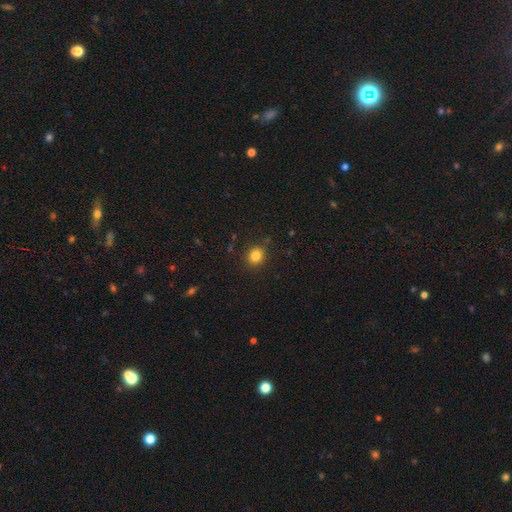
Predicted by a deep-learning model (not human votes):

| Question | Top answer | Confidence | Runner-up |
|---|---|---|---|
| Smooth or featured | smooth | 83% | star or artifact (12%) |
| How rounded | round | 75% | in between (24%) |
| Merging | none | 86% | minor disturbance (9%) |